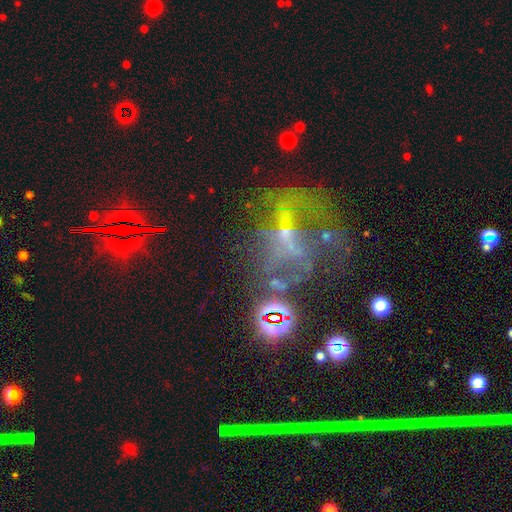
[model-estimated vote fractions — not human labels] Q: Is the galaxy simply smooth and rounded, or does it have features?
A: featured or disk — 49%.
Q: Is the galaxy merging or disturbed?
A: major disturbance — 38%.